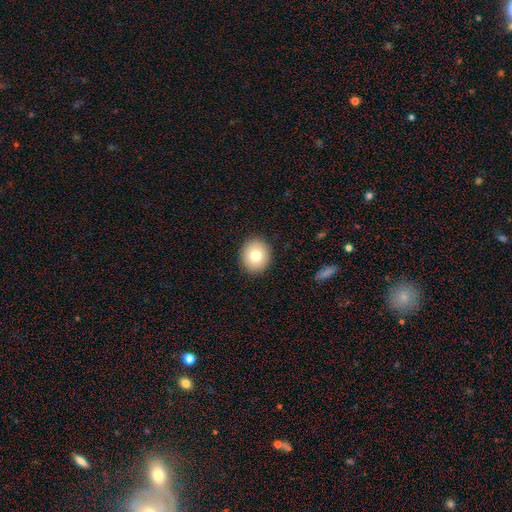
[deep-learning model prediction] Overall: smooth (79%). How rounded: round (77%). Merging: none (90%).